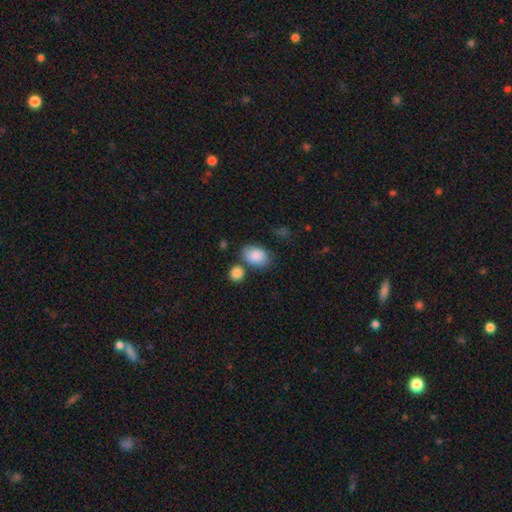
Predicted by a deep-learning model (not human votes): smooth_or_featured: smooth (p=0.87) [alt: star or artifact p=0.07]
how_rounded: in between (p=0.83) [alt: round p=0.15]
merging: none (p=0.64) [alt: minor disturbance p=0.16]